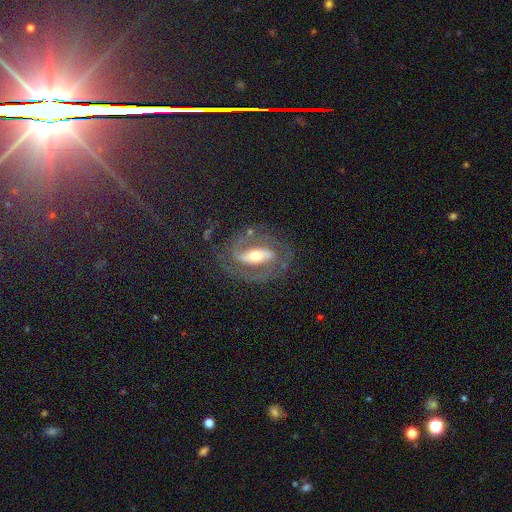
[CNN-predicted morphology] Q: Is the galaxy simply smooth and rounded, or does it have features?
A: featured or disk — 85%.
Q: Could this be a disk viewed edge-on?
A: no — 93%.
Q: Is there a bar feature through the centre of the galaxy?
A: strong — 64%.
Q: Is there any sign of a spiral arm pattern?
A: yes — 90%.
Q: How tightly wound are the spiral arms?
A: medium — 49%.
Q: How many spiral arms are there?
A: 2 — 89%.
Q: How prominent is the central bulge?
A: moderate — 61%.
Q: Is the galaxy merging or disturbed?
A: none — 74%.